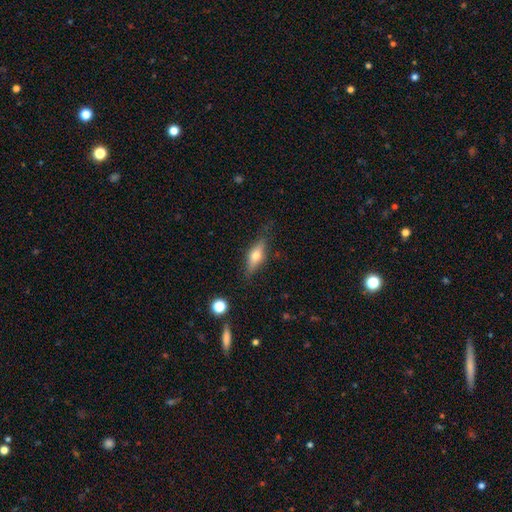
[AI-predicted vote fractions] smooth 52%, featured or disk 41%, star or artifact 8%. Down the decision tree: how rounded — in between (53%); merging — none (79%).